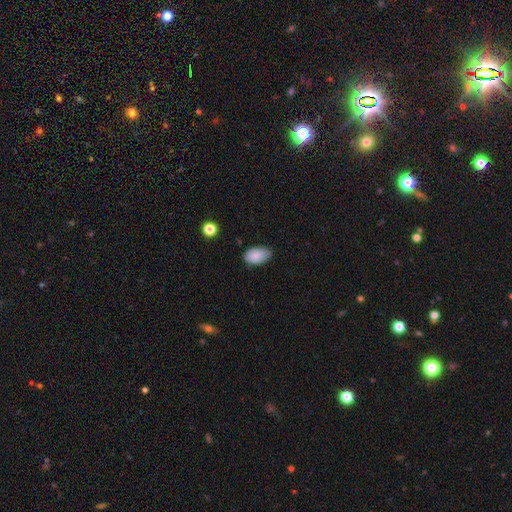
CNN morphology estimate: smooth-or-featured: smooth: 86% | star or artifact: 7% | featured or disk: 7%
  how-rounded: in between: 93% | round: 6% | cigar-shaped: 1%
  merging: none: 69% | minor disturbance: 26% | major disturbance: 4% | merger: 2%